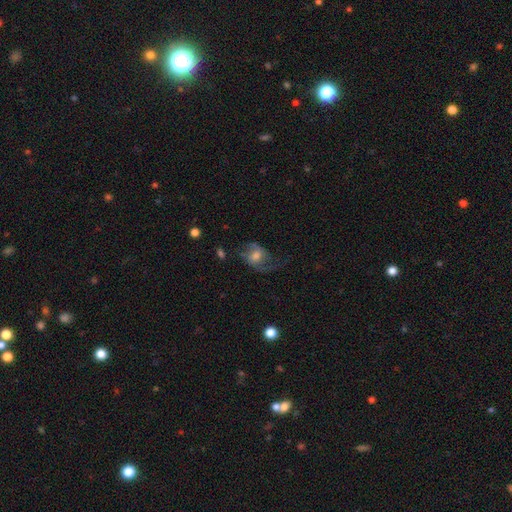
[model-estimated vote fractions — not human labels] This is possibly a featured or disk galaxy (56%). It is clearly not viewed edge-on (96%). Bar: likely no (62%). Spiral arm pattern: likely yes (78%). Central bulge: possibly moderate (51%). Merging: marginally none (40%).